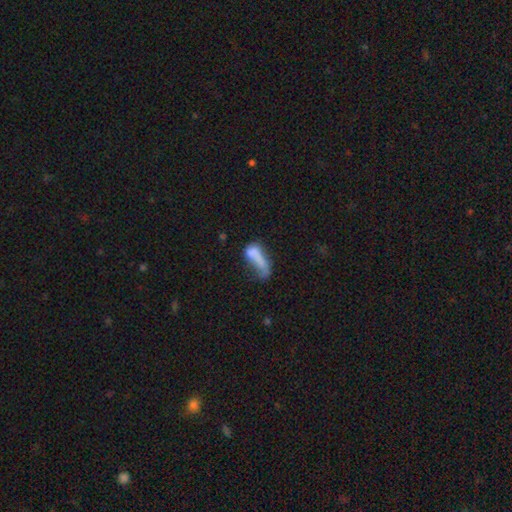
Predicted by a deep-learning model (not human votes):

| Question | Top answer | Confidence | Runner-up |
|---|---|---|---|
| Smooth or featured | smooth | 67% | featured or disk (23%) |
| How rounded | in between | 59% | cigar-shaped (36%) |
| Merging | major disturbance | 42% | none (22%) |